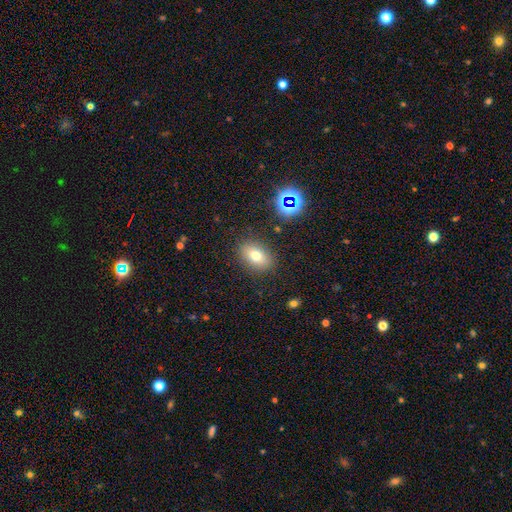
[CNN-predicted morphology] The model was most divided on "smooth or featured": smooth: 72%, star or artifact: 14%, featured or disk: 14%. More confident: merging — none (85%); how rounded — in between (78%).